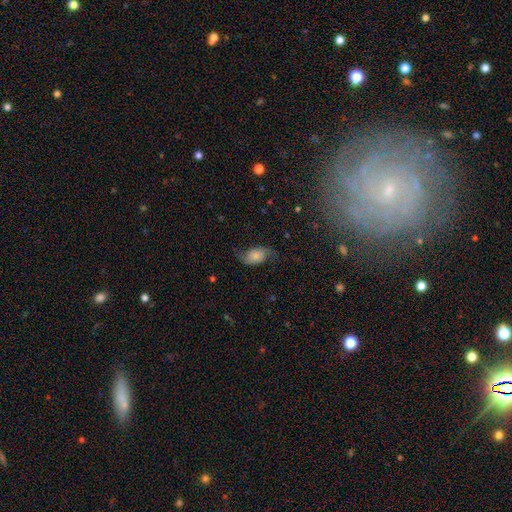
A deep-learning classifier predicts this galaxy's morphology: Q: Smooth or featured?
A: featured or disk (54%); runner-up: smooth (37%)
Q: Edge-on disk?
A: no (95%); runner-up: yes (5%)
Q: Bar?
A: no (72%); runner-up: weak (22%)
Q: Spiral arms?
A: yes (90%); runner-up: no (10%)
Q: Bulge size?
A: small (39%); runner-up: moderate (29%)
Q: Merging?
A: none (64%); runner-up: minor disturbance (21%)